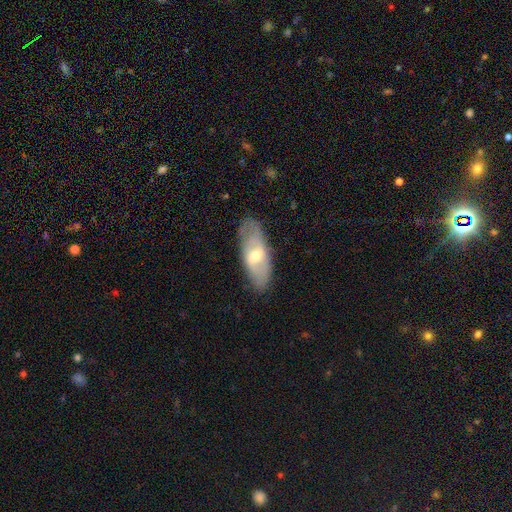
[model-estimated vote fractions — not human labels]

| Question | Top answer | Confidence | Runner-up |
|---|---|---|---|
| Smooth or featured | featured or disk | 55% | smooth (39%) |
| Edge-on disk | no | 81% | yes (19%) |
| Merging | none | 77% | minor disturbance (17%) |